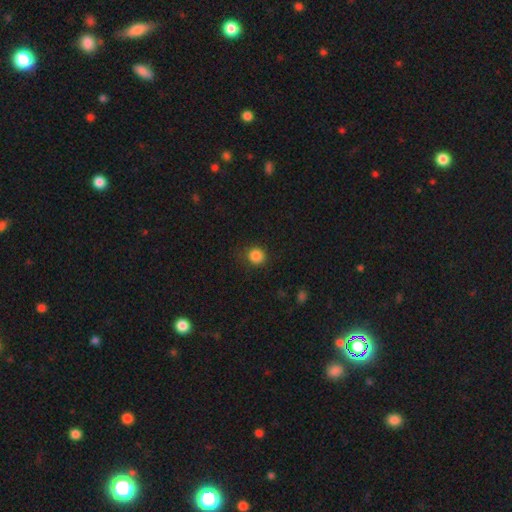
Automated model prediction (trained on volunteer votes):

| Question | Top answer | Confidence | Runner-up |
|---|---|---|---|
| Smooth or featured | smooth | 85% | star or artifact (11%) |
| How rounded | round | 88% | in between (11%) |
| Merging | none | 84% | minor disturbance (12%) |